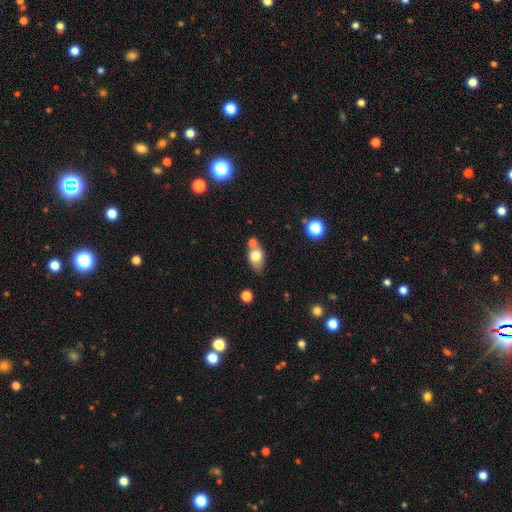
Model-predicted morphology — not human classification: The model was most divided on "merging": none: 47%, merger: 30%, minor disturbance: 18%, major disturbance: 5%. More confident: how rounded — in between (78%); smooth or featured — smooth (72%).